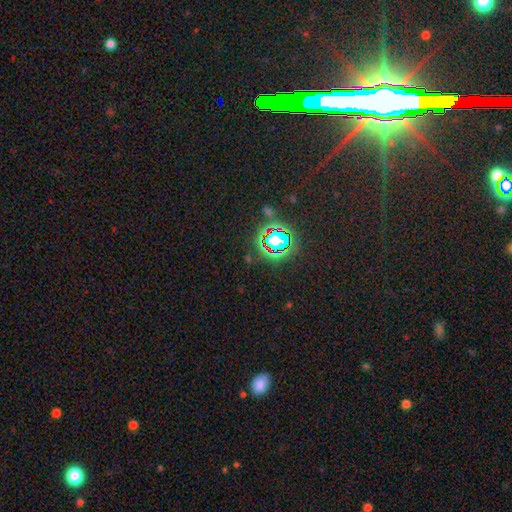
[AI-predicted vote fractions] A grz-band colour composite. It shows a star or artifact, not a galaxy (80%).